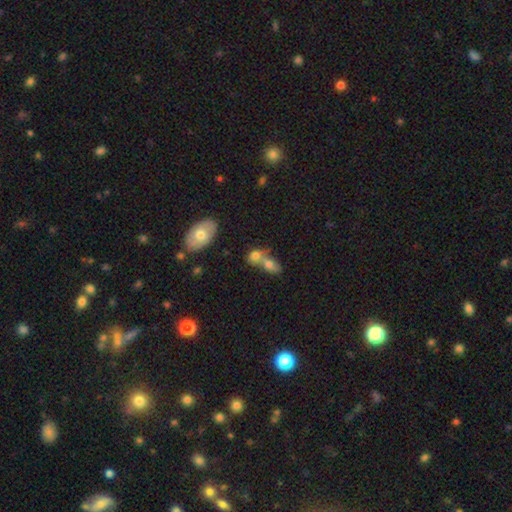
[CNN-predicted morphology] Smooth or featured?
  - smooth: 73% *
  - featured or disk: 16%
  - star or artifact: 10%
How rounded?
  - in between: 62% *
  - round: 34%
  - cigar-shaped: 4%
Merging?
  - merger: 64% *
  - none: 25%
  - minor disturbance: 7%
  - major disturbance: 4%